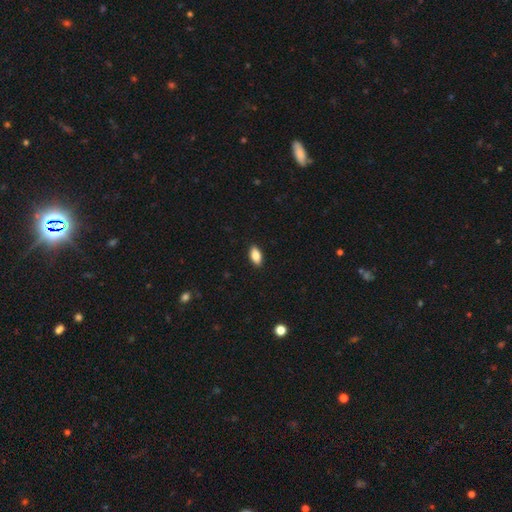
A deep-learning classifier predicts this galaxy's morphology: smooth 85%, featured or disk 8%, star or artifact 7%. Down the decision tree: how rounded — in between (91%); merging — none (90%).